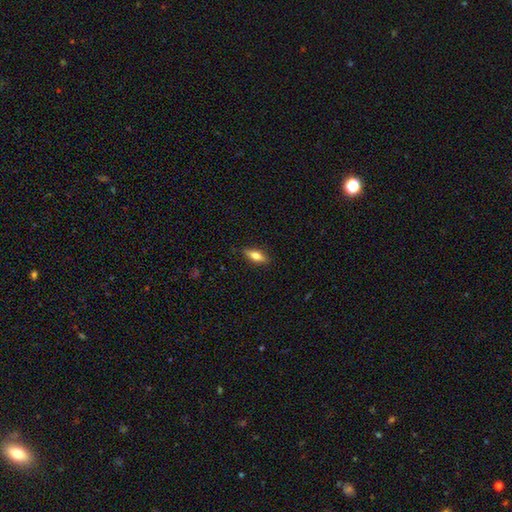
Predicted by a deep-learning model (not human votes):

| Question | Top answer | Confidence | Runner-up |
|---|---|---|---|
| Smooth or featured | smooth | 67% | featured or disk (26%) |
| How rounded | in between | 64% | cigar-shaped (33%) |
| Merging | none | 86% | minor disturbance (11%) |